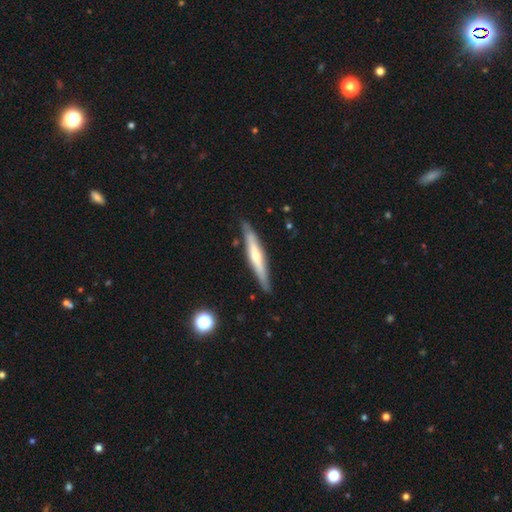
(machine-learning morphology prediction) The model was most divided on "smooth or featured": featured or disk: 58%, smooth: 36%, star or artifact: 6%. More confident: edge-on disk — yes (92%); merging — none (85%); edge-on bulge — rounded (70%).